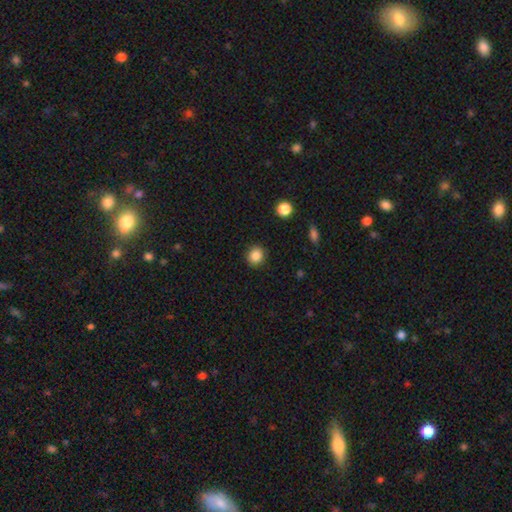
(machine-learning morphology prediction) smooth 86%, star or artifact 10%, featured or disk 4%. Down the decision tree: how rounded — round (86%); merging — none (90%).